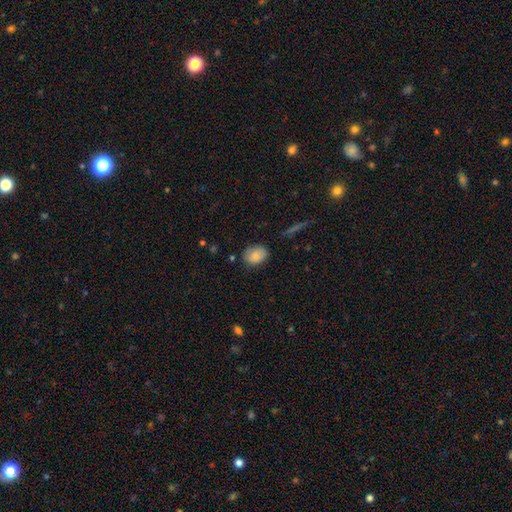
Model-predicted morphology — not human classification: Smooth or featured? smooth (84%)
How rounded? in between (71%)
Merging? none (79%)